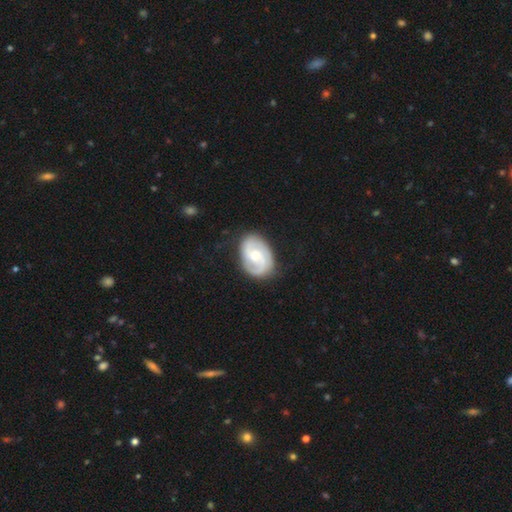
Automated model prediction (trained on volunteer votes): Overall: featured or disk (77%). Edge-on disk: no (97%). Bar: no (57%; weak 36%). Spiral arms: yes (92%). Spiral arm count: 2 (71%). Spiral winding: tight (45%; medium 41%). Bulge size: moderate (60%; small 36%). Merging: none (76%).